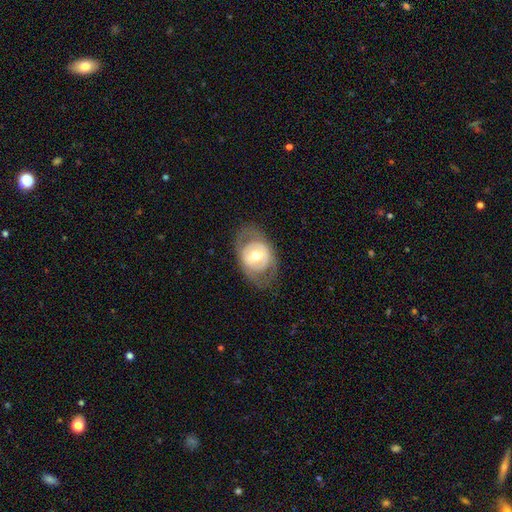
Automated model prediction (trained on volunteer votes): A featured or disk galaxy (60%) with no bar (59%), no spiral arms (75%) and a moderate central bulge (70%).

Vote fractions:
- Smooth or featured? featured or disk: 60% / smooth: 34% / star or artifact: 6%
- Edge-on disk? no: 93% / yes: 7%
- Bar? no: 59% / weak: 28% / strong: 13%
- Spiral arms? no: 75% / yes: 25%
- Bulge size? moderate: 70% / small: 16% / large: 12% / dominant: 1% / none: 1%
- Merging? none: 70% / minor disturbance: 17% / major disturbance: 12% / merger: 1%